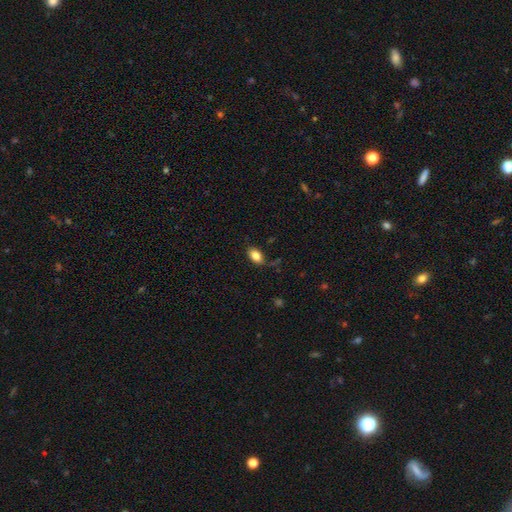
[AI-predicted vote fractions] Overall: smooth (84%). How rounded: in between (89%). Merging: none (78%).